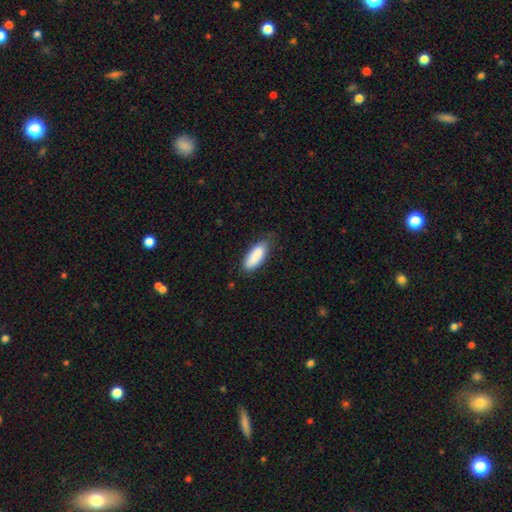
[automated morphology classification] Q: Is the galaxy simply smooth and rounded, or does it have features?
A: smooth — 88%.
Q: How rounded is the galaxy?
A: in between — 75%.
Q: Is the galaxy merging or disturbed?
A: none — 72%.